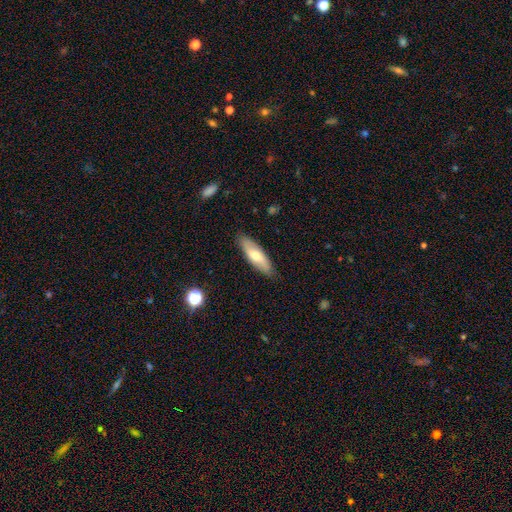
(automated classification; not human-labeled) Smooth or featured? Predicted: smooth (p=0.60). How rounded? Predicted: in between (p=0.50). Merging? Predicted: none (p=0.87).